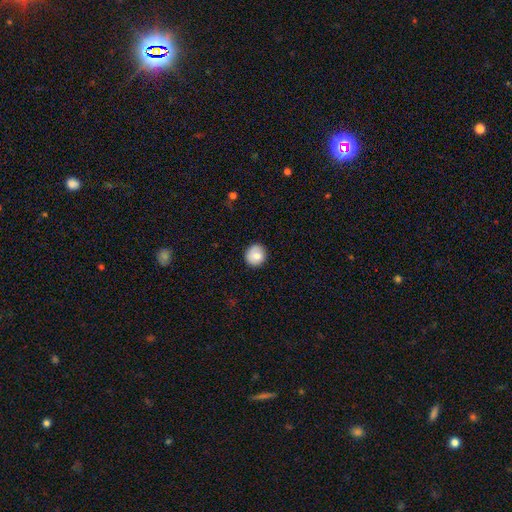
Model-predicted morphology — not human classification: smooth 81%, featured or disk 11%, star or artifact 8%. Down the decision tree: how rounded — round (89%); merging — none (85%).